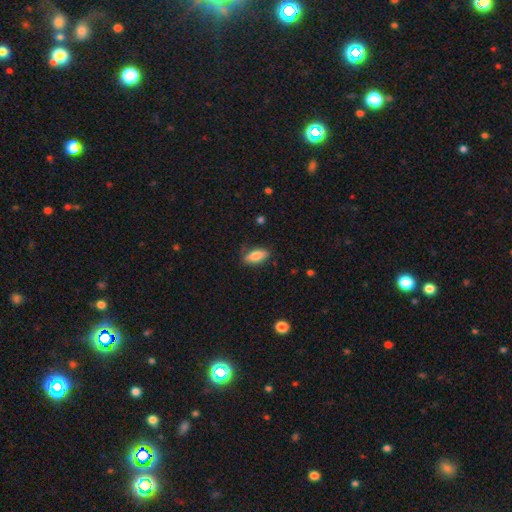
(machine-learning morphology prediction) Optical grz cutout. It shows a smooth galaxy with no disk features (75%) that is in between round and cigar-shaped (76%). Merging: none (75%).